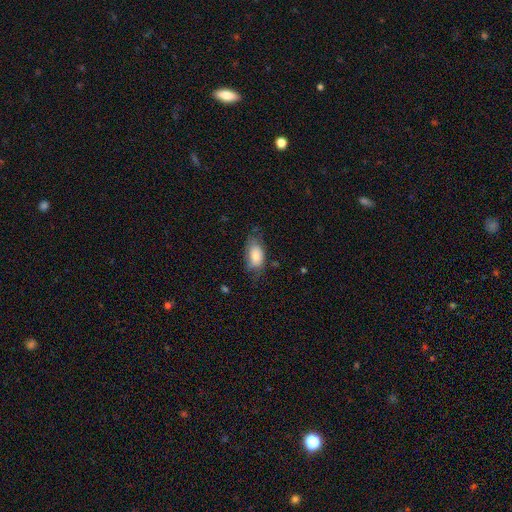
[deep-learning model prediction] Morphology: type=smooth (79%); roundness=in between (91%); merging=none (54%).